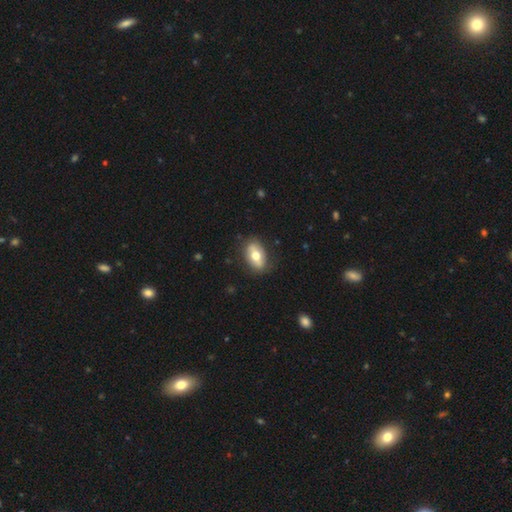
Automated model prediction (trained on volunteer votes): A smooth galaxy with no disk features (60%) that is in between round and cigar-shaped (86%).

Vote fractions:
- Smooth or featured? smooth: 60% / featured or disk: 33% / star or artifact: 7%
- How rounded? in between: 86% / round: 10% / cigar-shaped: 4%
- Merging? none: 81% / minor disturbance: 14% / major disturbance: 4% / merger: 1%